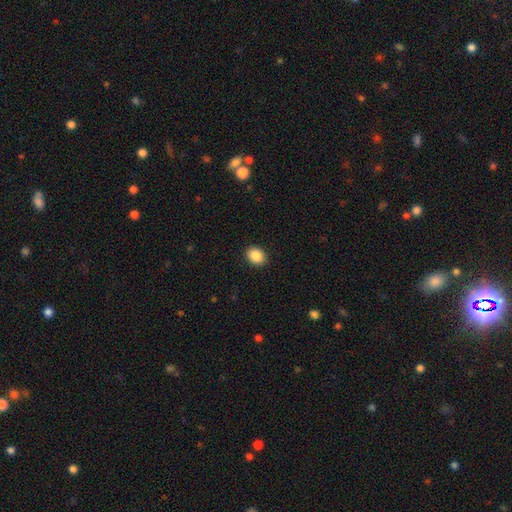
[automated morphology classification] The model was most divided on "how rounded": in between: 60%, round: 39%, cigar-shaped: 1%. More confident: merging — none (91%); smooth or featured — smooth (88%).